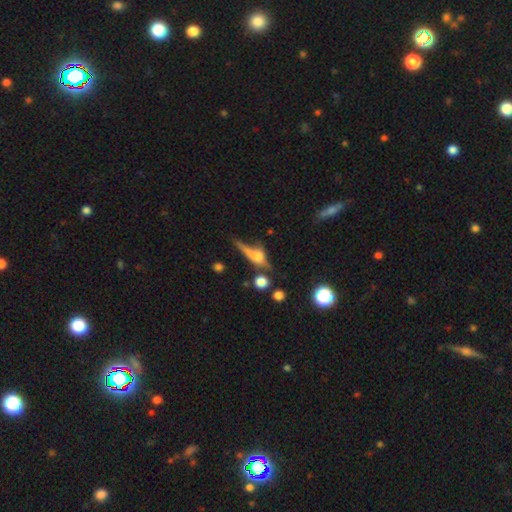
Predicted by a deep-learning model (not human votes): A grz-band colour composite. It shows a featured or disk galaxy (52%) viewed edge-on (79%). Merging: none (46%).